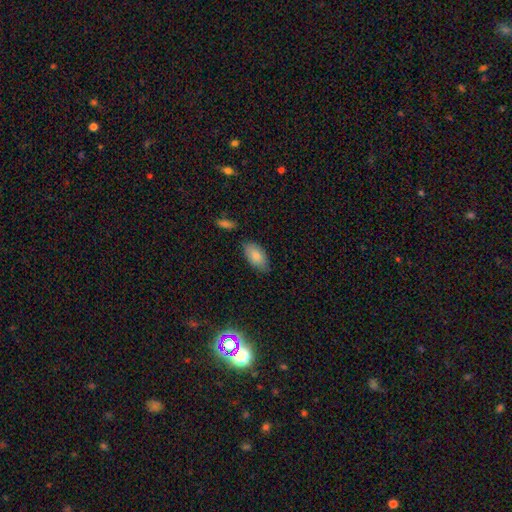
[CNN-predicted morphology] A smooth galaxy with no disk features (84%) that is in between round and cigar-shaped (94%). Merging: none (77%).